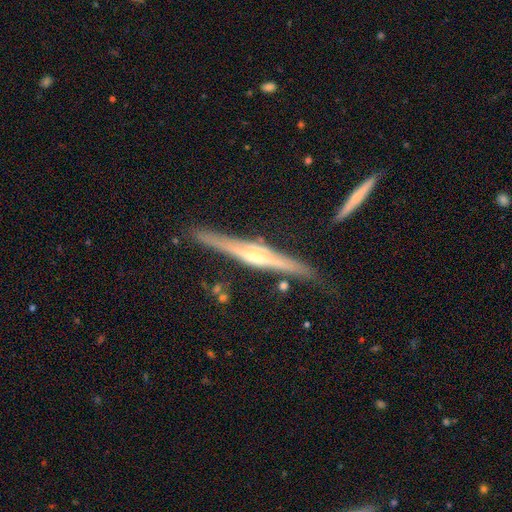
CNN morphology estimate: Smooth or featured: featured or disk — 82% (smooth — 12%)
Edge-on disk: yes — 98% (no — 2%)
Edge-on bulge: rounded — 69% (boxy — 17%)
Merging: none — 85% (minor disturbance — 10%)